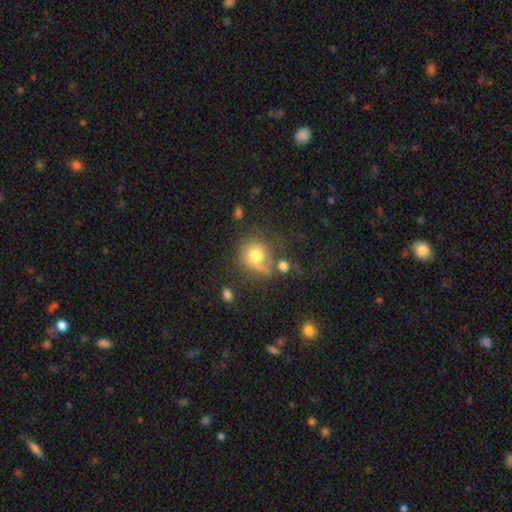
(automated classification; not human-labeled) Overall: smooth (70%). How rounded: round (82%). Merging: none (51%; minor disturbance 21%).